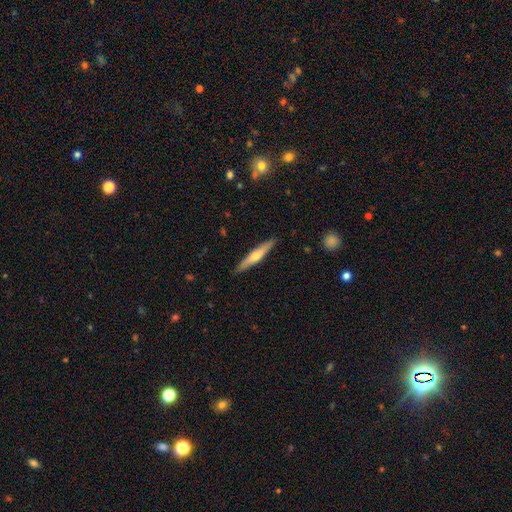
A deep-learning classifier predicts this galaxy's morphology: Smooth or featured? Predicted: featured or disk (p=0.50). Edge-on disk? Predicted: yes (p=0.93). Merging? Predicted: none (p=0.90).